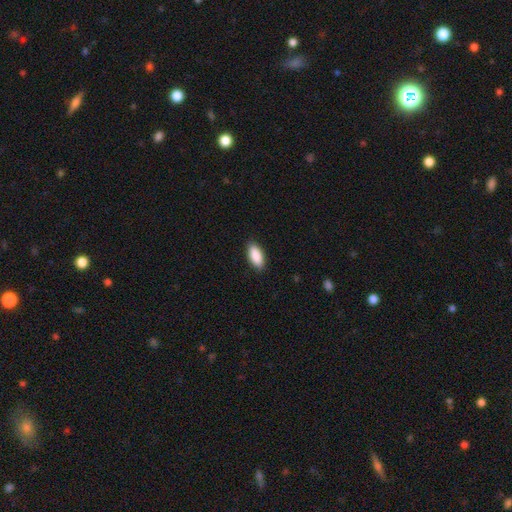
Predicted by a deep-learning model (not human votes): This is clearly a smooth galaxy (90%). How rounded: clearly in between (89%). Merging: clearly none (88%).